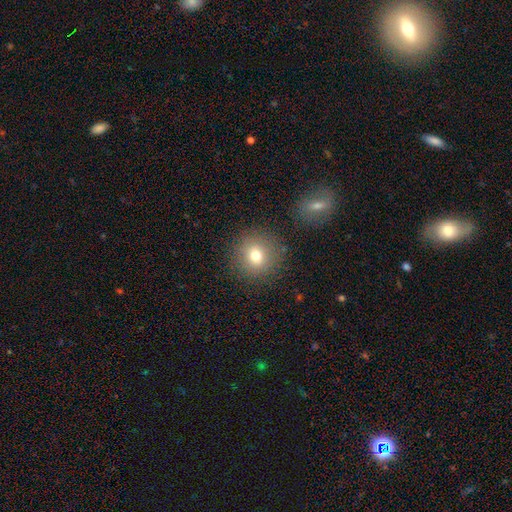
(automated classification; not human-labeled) This appears to be a smooth galaxy with no disk features (75%) that is round (92%). Merging: none (87%).